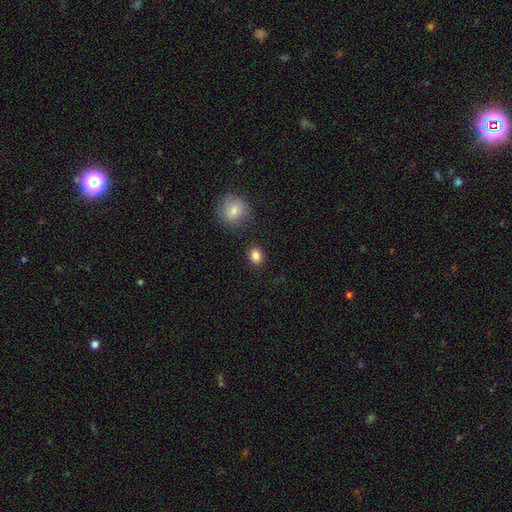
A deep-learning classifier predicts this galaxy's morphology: type=smooth (85%); roundness=round (51%); merging=none (86%).